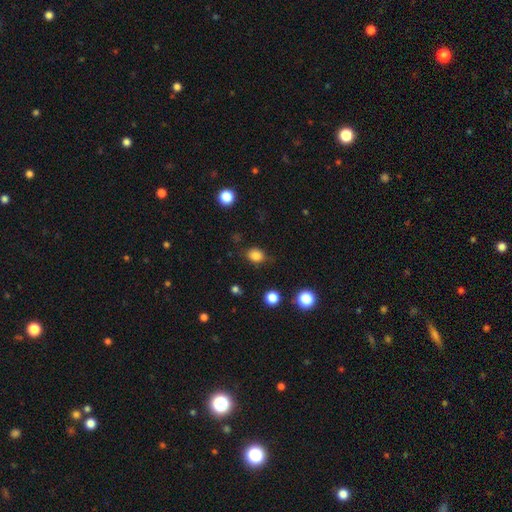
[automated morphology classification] Smooth or featured?
  - smooth: 83% *
  - star or artifact: 12%
  - featured or disk: 5%
How rounded?
  - round: 57% *
  - in between: 42%
  - cigar-shaped: 1%
Merging?
  - none: 77% *
  - minor disturbance: 16%
  - major disturbance: 5%
  - merger: 2%